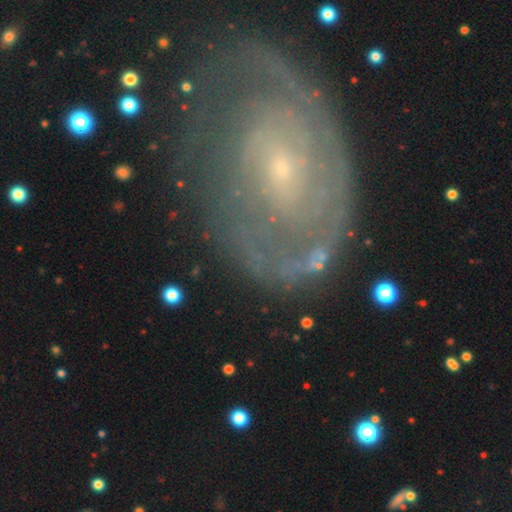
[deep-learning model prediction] A featured or disk galaxy (80%) with no bar (65%), tight (67%) spiral arms (88%) and a small central bulge (81%).

Vote fractions:
- Smooth or featured? featured or disk: 80% / smooth: 12% / star or artifact: 8%
- Edge-on disk? no: 96% / yes: 4%
- Bar? no: 65% / weak: 27% / strong: 8%
- Spiral arms? yes: 88% / no: 12%
- Spiral winding? tight: 67% / medium: 25% / loose: 9%
- Spiral arm count? can't tell: 39% / 2: 29% / 3: 11% / 1: 8% / 4: 7% / more than 4: 6%
- Bulge size? small: 81% / moderate: 13% / none: 3% / large: 2% / dominant: 1%
- Merging? none: 67% / minor disturbance: 19% / major disturbance: 11% / merger: 3%